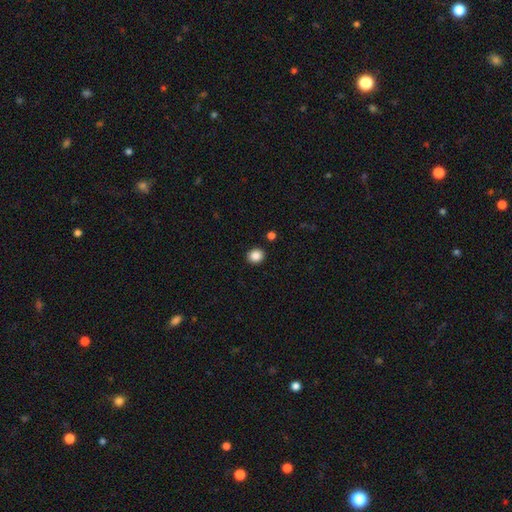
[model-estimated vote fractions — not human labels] The model was most divided on "how rounded": round: 76%, in between: 23%, cigar-shaped: 1%. More confident: merging — none (90%); smooth or featured — smooth (87%).